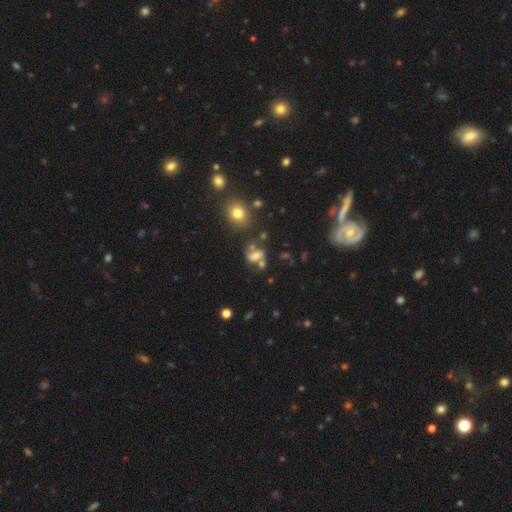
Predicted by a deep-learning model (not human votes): featured or disk 44%, smooth 39%, star or artifact 17%. Down the decision tree: merging — none (41%).